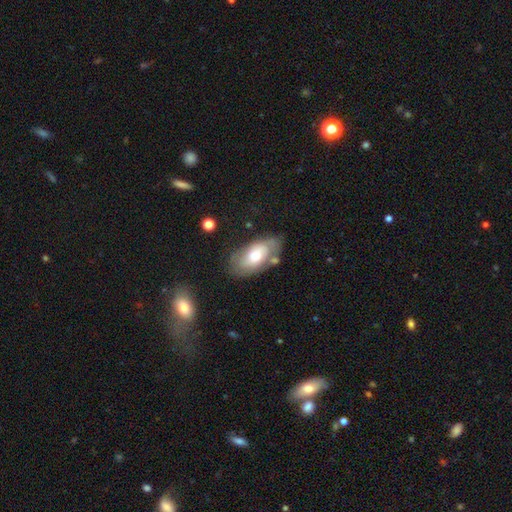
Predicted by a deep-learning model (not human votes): Smooth or featured? Predicted: smooth (p=0.55). How rounded? Predicted: in between (p=0.91). Merging? Predicted: none (p=0.61).